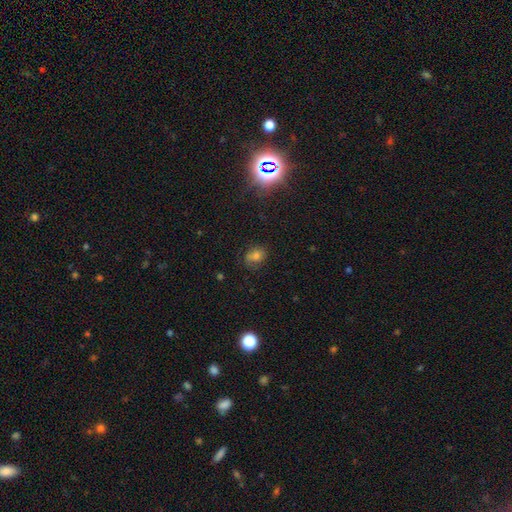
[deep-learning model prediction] Smooth or featured: smooth — 65% (star or artifact — 23%)
How rounded: round — 53% (in between — 46%)
Merging: none — 69% (minor disturbance — 21%)